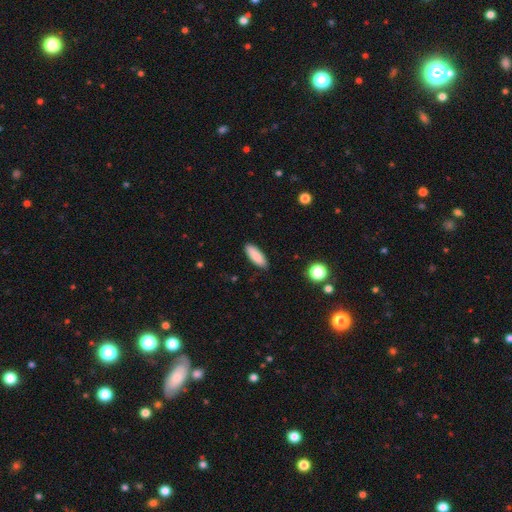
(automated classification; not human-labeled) This appears to be a smooth galaxy with no disk features (88%) that is in between round and cigar-shaped (65%). Merging: none (88%).